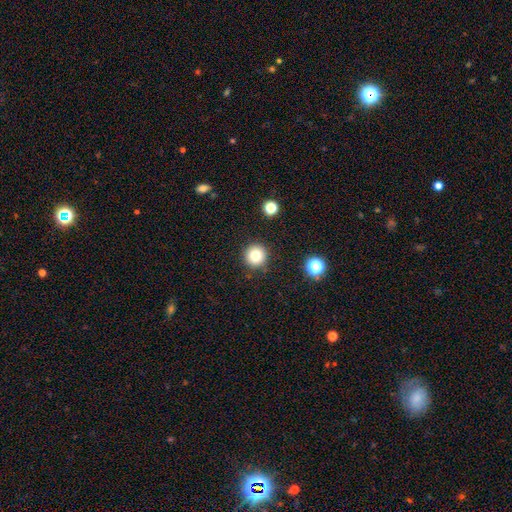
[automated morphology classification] Q: Smooth or featured?
A: smooth (80%); runner-up: star or artifact (12%)
Q: How rounded?
A: round (96%); runner-up: in between (4%)
Q: Merging?
A: none (90%); runner-up: minor disturbance (6%)